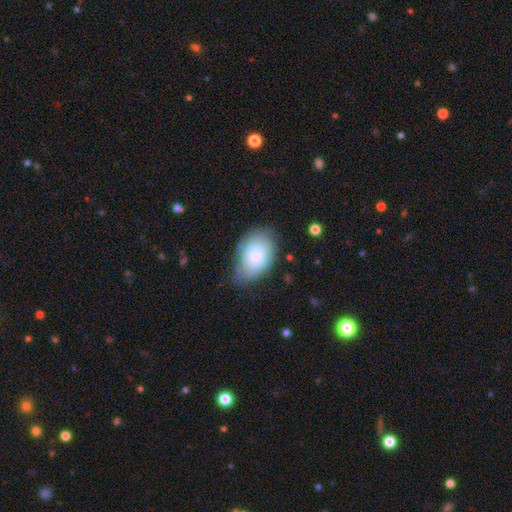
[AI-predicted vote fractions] This appears to be a featured or disk galaxy (46%, tied with smooth). Merging: none (60%).